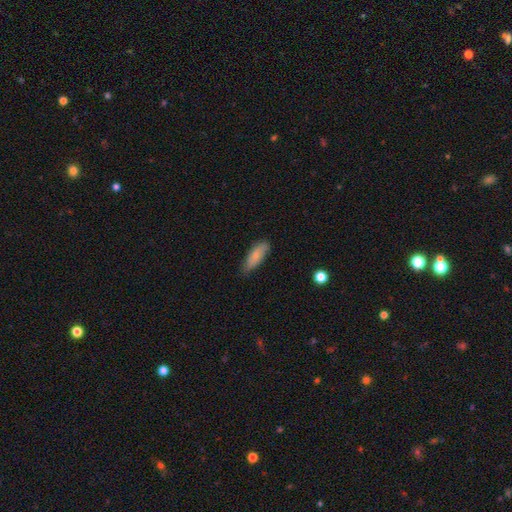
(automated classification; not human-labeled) This is likely a smooth galaxy (79%). How rounded: likely in between (62%). Merging: likely none (73%).